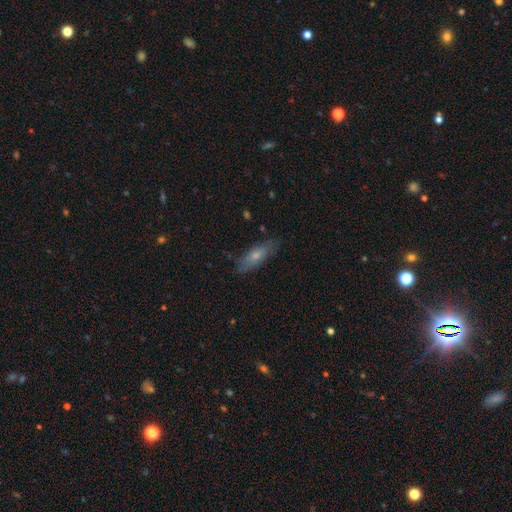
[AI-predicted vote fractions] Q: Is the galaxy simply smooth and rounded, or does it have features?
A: smooth — 65%.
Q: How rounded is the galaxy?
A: in between — 50%.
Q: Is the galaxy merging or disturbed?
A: none — 80%.